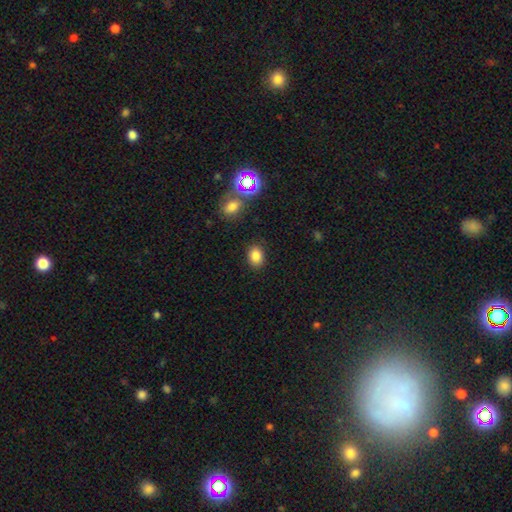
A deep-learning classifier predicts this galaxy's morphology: Smooth or featured: smooth — 83% (star or artifact — 12%)
How rounded: in between — 62% (round — 37%)
Merging: none — 86% (minor disturbance — 9%)